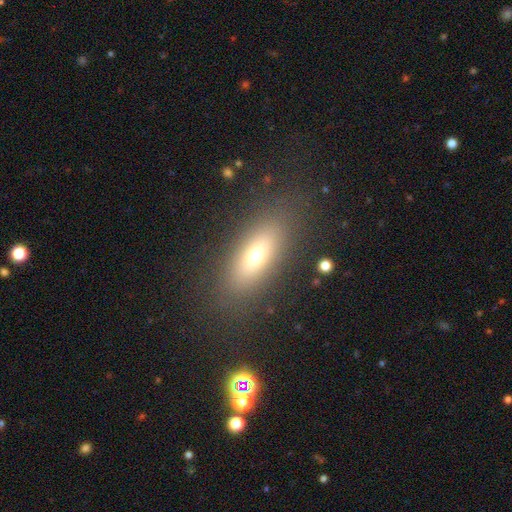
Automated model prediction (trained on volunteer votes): The model was most divided on "how rounded": in between: 67%, cigar-shaped: 28%, round: 5%. More confident: merging — none (84%); smooth or featured — smooth (65%).